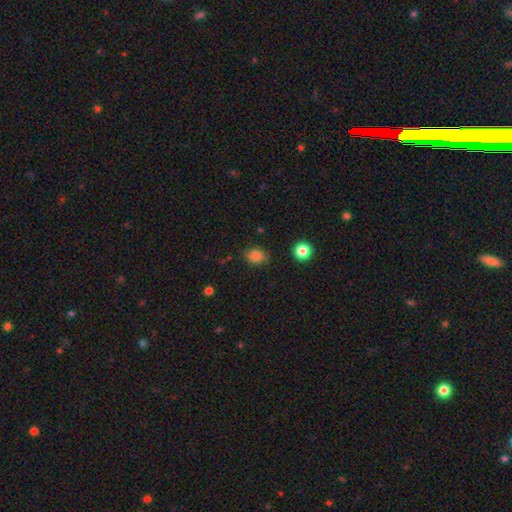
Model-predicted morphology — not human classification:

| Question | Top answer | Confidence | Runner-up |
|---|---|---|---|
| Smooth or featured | smooth | 84% | star or artifact (11%) |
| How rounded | in between | 55% | round (44%) |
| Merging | none | 80% | minor disturbance (14%) |